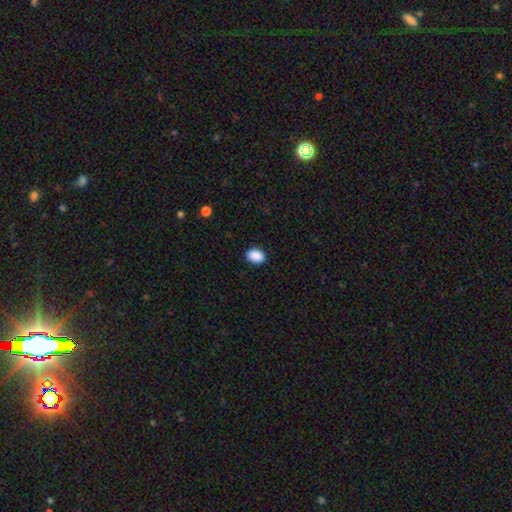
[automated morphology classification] smooth 90%, star or artifact 8%, featured or disk 2%. Down the decision tree: how rounded — in between (77%); merging — none (89%).